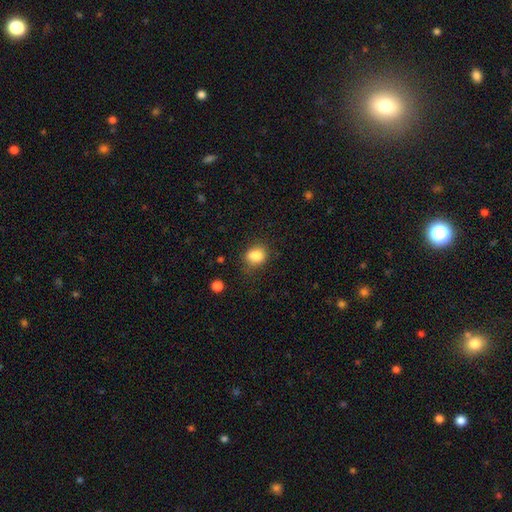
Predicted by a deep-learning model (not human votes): This appears to be a smooth galaxy with no disk features (84%) that is in between round and cigar-shaped (52%). Merging: none (68%).